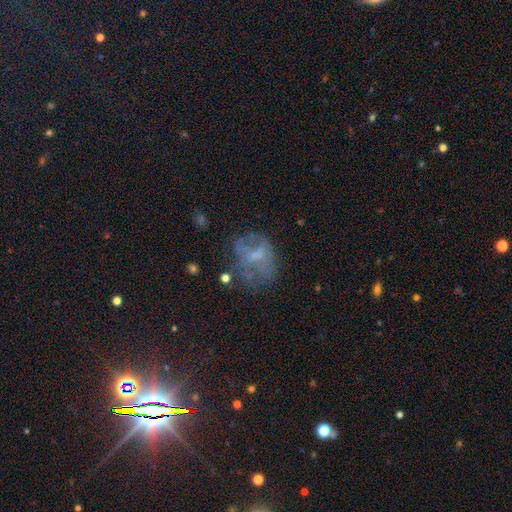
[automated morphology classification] Q: Smooth or featured?
A: featured or disk (49%); runner-up: smooth (35%)
Q: Merging?
A: none (43%); runner-up: major disturbance (30%)